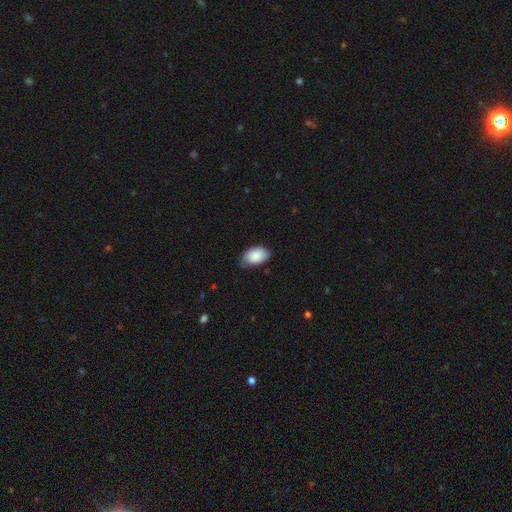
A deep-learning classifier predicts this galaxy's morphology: Overall: smooth (83%). How rounded: in between (92%). Merging: none (62%; minor disturbance 32%).